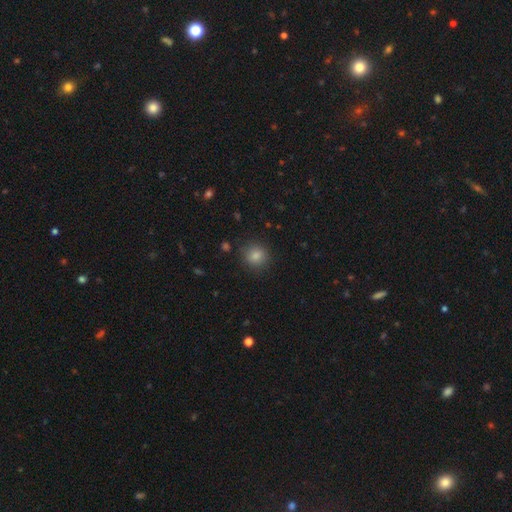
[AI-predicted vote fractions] smooth-or-featured: smooth: 84% | star or artifact: 11% | featured or disk: 5%
  how-rounded: round: 87% | in between: 12% | cigar-shaped: 1%
  merging: none: 87% | minor disturbance: 9% | major disturbance: 3% | merger: 1%